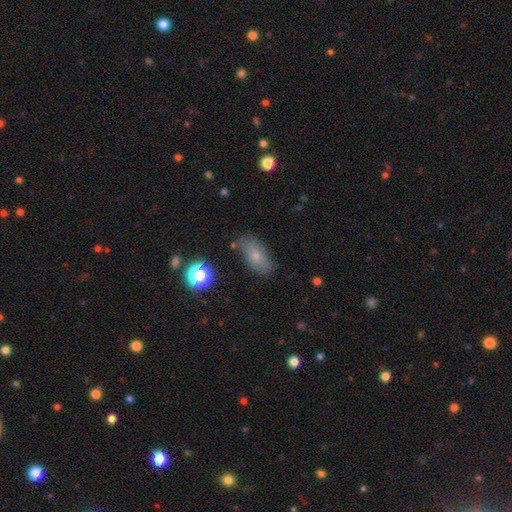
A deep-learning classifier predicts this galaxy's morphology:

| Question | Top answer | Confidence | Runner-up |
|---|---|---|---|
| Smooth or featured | smooth | 70% | featured or disk (19%) |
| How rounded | in between | 88% | cigar-shaped (7%) |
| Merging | none | 74% | minor disturbance (18%) |